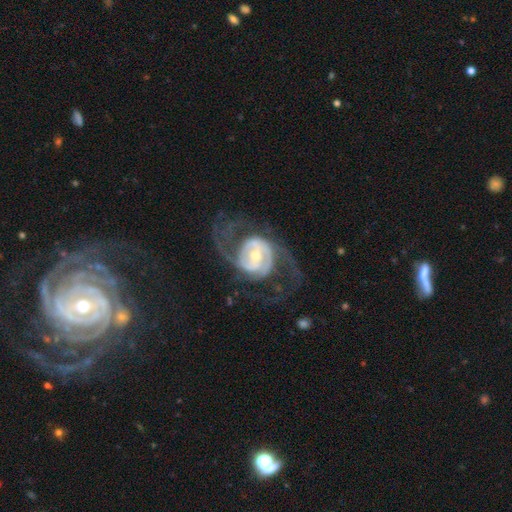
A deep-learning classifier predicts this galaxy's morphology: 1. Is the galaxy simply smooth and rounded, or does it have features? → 89% featured or disk, 7% smooth, 4% star or artifact.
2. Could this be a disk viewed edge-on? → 97% no, 3% yes.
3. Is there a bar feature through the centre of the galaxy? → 42% no, 36% weak, 22% strong.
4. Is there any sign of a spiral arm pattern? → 94% yes, 6% no.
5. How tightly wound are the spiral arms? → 46% medium, 29% loose, 25% tight.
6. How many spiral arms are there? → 70% 2, 11% 3, 9% can't tell, 4% 1, 3% 4, 3% more than 4.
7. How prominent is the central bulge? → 55% moderate, 37% small, 5% large, 1% none, 1% dominant.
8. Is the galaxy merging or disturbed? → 56% none, 28% major disturbance, 14% minor disturbance, 2% merger.